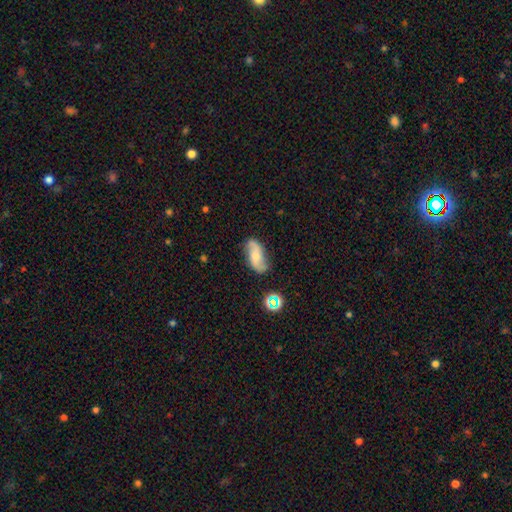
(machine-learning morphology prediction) Overall: featured or disk (57%; smooth 34%). Edge-on disk: no (93%). Bar: no (62%; weak 29%). Spiral arms: yes (89%). Bulge size: small (46%; moderate 43%). Merging: none (73%).